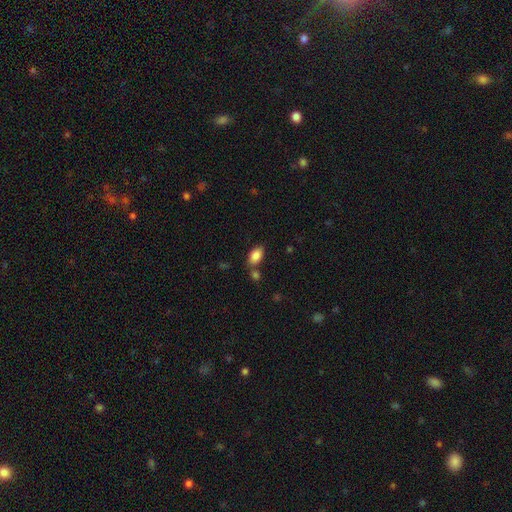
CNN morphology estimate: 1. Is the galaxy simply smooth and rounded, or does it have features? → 86% smooth, 8% star or artifact, 6% featured or disk.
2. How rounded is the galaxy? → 91% in between, 7% round, 2% cigar-shaped.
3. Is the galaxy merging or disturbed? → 67% none, 17% merger, 13% minor disturbance, 4% major disturbance.